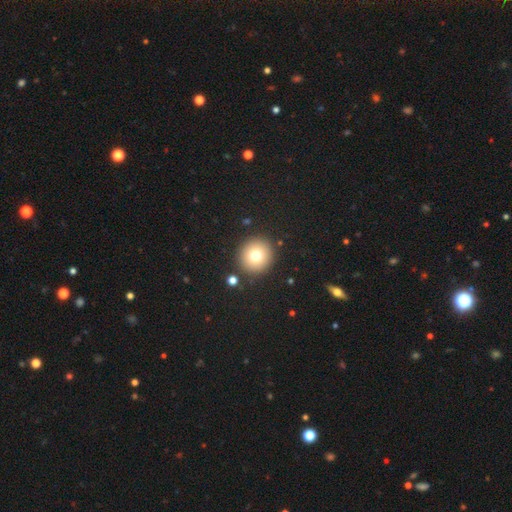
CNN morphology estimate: Smooth or featured? smooth (74%)
How rounded? round (93%)
Merging? none (90%)